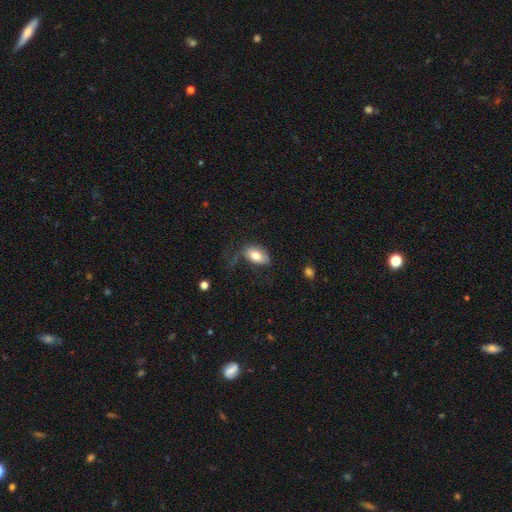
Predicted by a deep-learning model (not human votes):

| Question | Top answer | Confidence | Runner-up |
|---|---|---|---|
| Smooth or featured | smooth | 77% | featured or disk (16%) |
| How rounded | in between | 92% | round (6%) |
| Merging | none | 50% | minor disturbance (26%) |